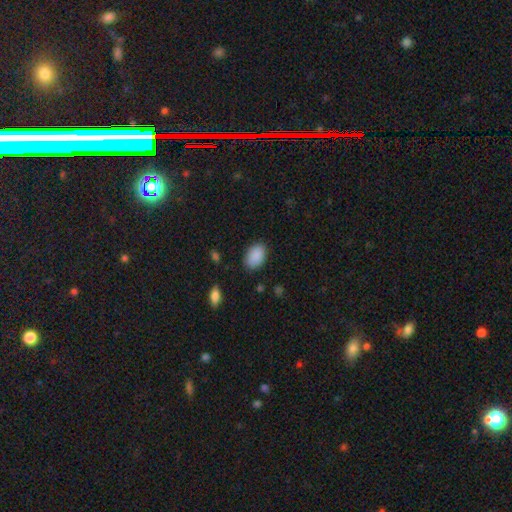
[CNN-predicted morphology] Smooth or featured? smooth (90%)
How rounded? in between (85%)
Merging? none (85%)